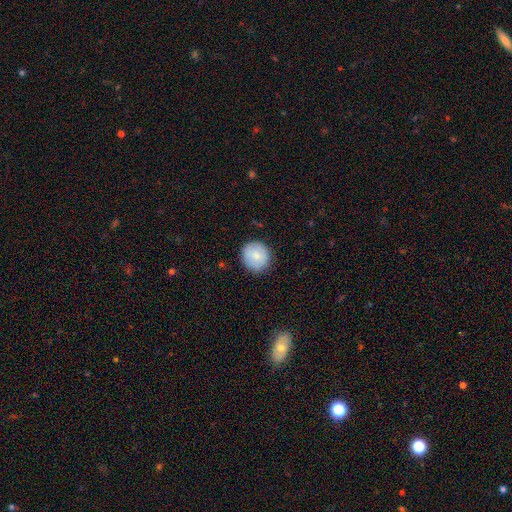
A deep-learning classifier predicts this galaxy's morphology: smooth 83%, featured or disk 10%, star or artifact 7%. Down the decision tree: how rounded — round (90%); merging — none (87%).